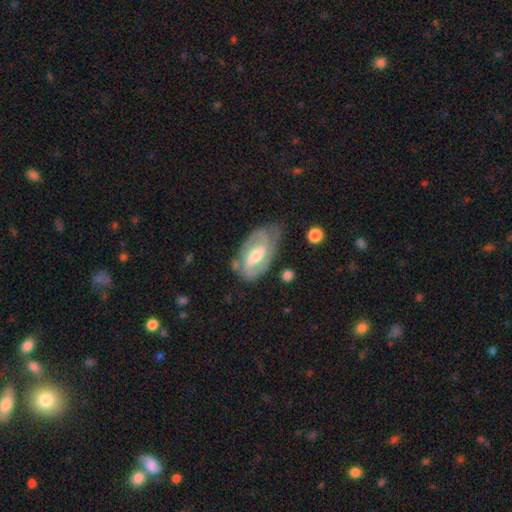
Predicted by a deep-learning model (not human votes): This appears to be a featured or disk galaxy (80%) with a weak bar (46%), 2 (74%) tight (44%) spiral arms (89%) and a moderate central bulge (64%). Merging: none (61%).